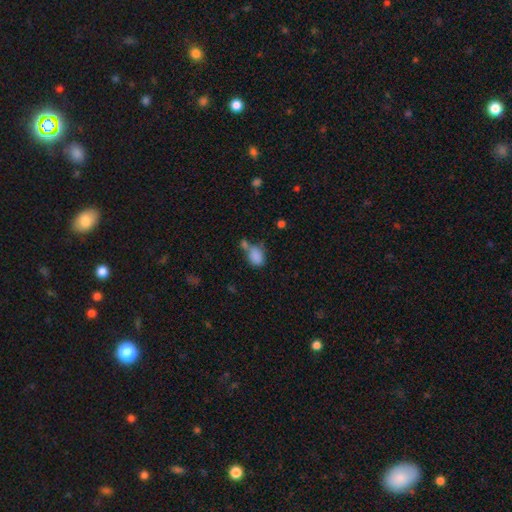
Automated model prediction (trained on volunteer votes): This appears to be a smooth galaxy with no disk features (84%) that is in between round and cigar-shaped (75%). Merging: none (41%).